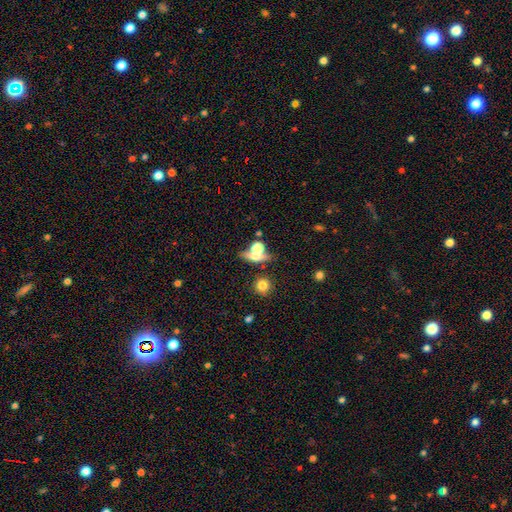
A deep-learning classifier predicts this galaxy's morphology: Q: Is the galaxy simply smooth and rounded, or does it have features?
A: smooth — 56%.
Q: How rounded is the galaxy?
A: in between — 38%.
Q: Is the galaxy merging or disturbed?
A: none — 53%.